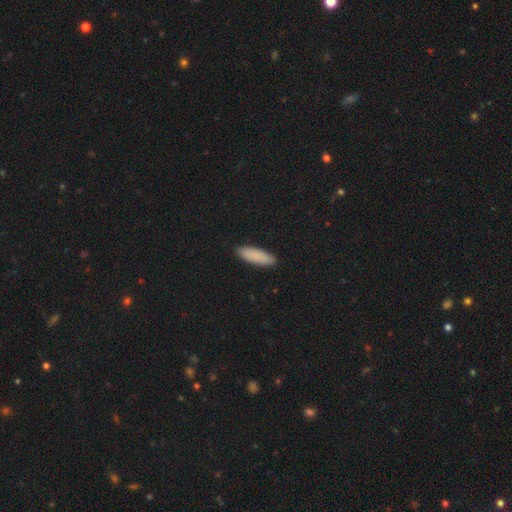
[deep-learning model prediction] This is clearly a smooth galaxy (86%). How rounded: possibly in between (54%). Merging: clearly none (90%).